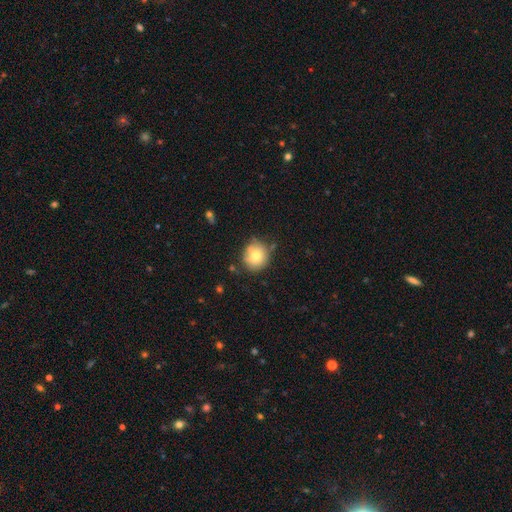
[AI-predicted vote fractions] Overall: smooth (73%). How rounded: round (89%). Merging: none (73%).